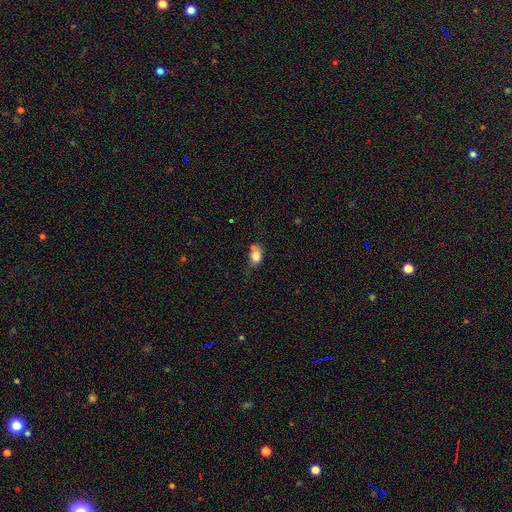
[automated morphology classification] The model was most divided on "merging": none: 41%, minor disturbance: 27%, merger: 21%, major disturbance: 11%. More confident: smooth or featured — smooth (81%); how rounded — in between (72%).